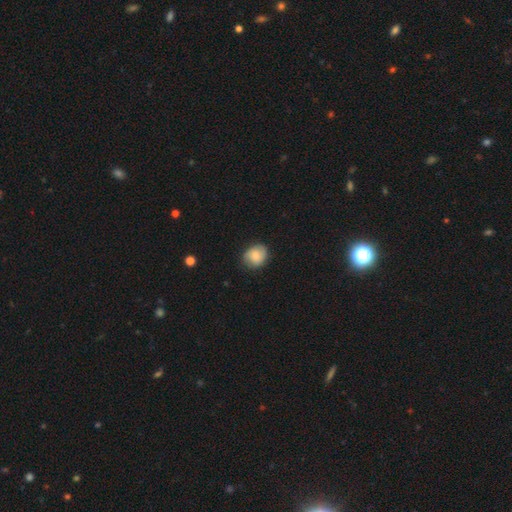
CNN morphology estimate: type=smooth (67%); roundness=round (62%); merging=none (78%).